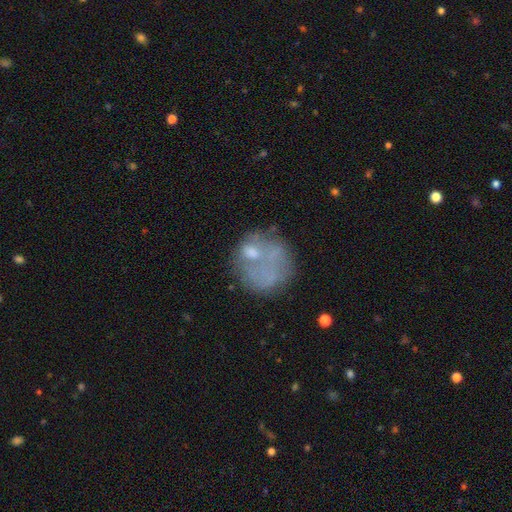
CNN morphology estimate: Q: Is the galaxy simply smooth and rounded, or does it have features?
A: smooth — 44%.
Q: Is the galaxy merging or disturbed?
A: none — 49%.